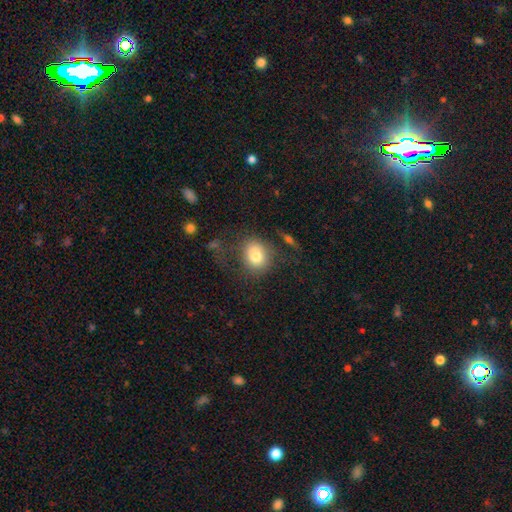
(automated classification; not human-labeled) Smooth or featured? Predicted: smooth (p=0.77). How rounded? Predicted: round (p=0.58). Merging? Predicted: none (p=0.62).